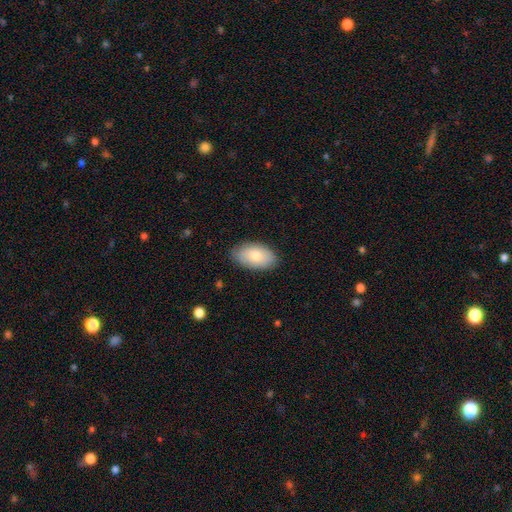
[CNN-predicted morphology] type=smooth (77%); roundness=in between (94%); merging=none (83%).